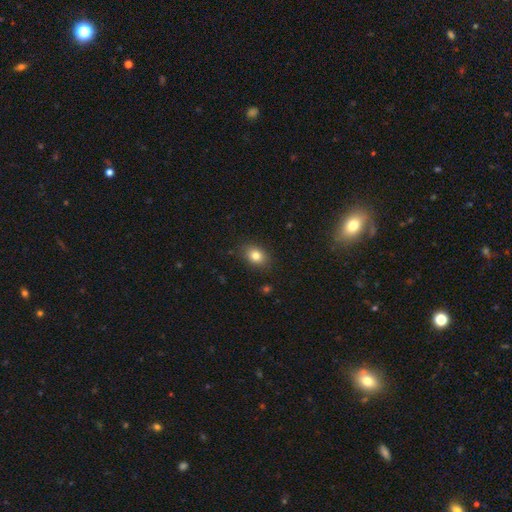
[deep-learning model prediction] smooth-or-featured: smooth: 82% | star or artifact: 10% | featured or disk: 8%
  how-rounded: in between: 65% | round: 34% | cigar-shaped: 1%
  merging: none: 85% | minor disturbance: 11% | major disturbance: 3% | merger: 1%